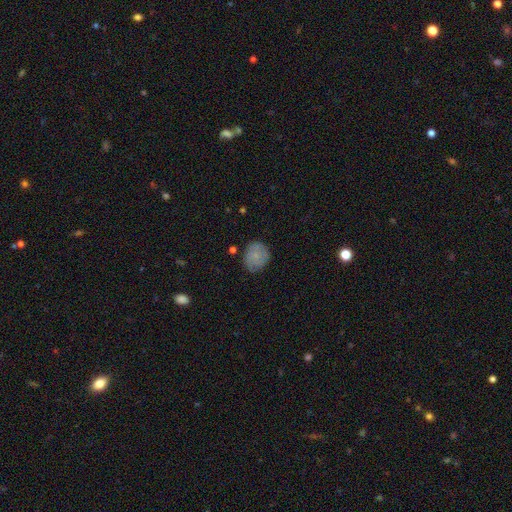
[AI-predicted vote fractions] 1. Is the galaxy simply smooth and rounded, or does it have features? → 72% smooth, 20% featured or disk, 8% star or artifact.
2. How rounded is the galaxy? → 73% round, 26% in between, 1% cigar-shaped.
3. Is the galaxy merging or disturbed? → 73% none, 20% minor disturbance, 5% major disturbance, 2% merger.